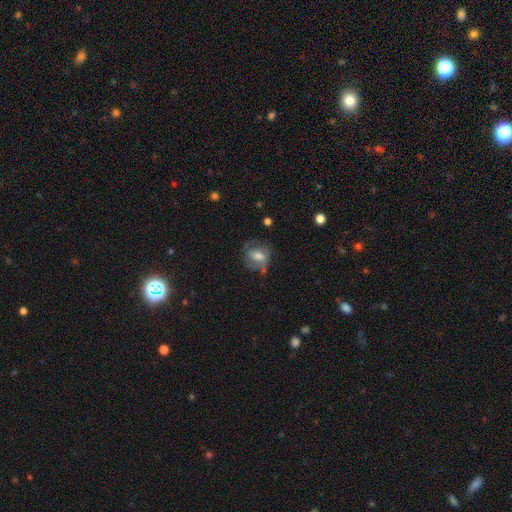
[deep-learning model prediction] This is possibly a featured or disk galaxy (45%). Merging: possibly none (60%).